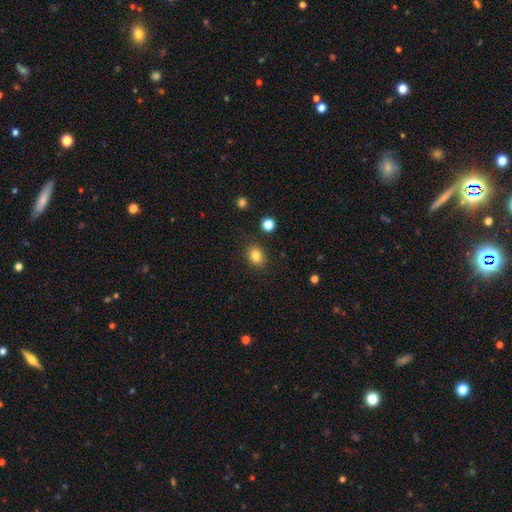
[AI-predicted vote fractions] smooth 82%, star or artifact 11%, featured or disk 7%. Down the decision tree: how rounded — round (51%); merging — none (86%).